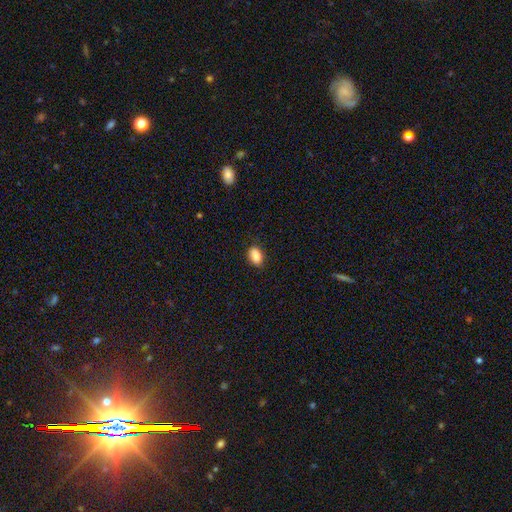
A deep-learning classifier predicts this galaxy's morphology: Smooth or featured? Predicted: smooth (p=0.89). How rounded? Predicted: in between (p=0.89). Merging? Predicted: none (p=0.85).